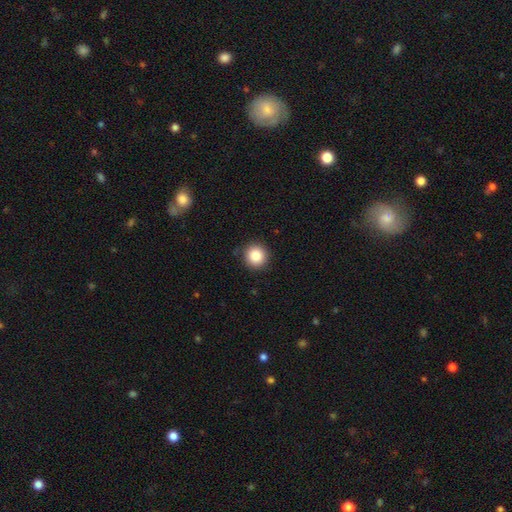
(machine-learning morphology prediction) Smooth or featured: smooth — 86% (star or artifact — 10%)
How rounded: round — 94% (in between — 5%)
Merging: none — 88% (minor disturbance — 9%)